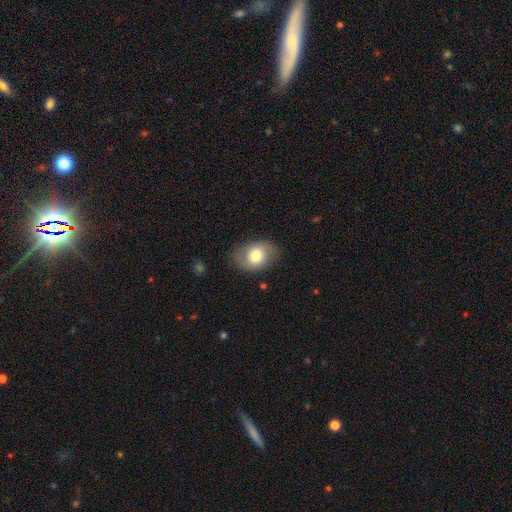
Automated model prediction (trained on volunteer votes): Smooth or featured?
  - smooth: 70% *
  - featured or disk: 23%
  - star or artifact: 7%
How rounded?
  - in between: 75% *
  - round: 24%
  - cigar-shaped: 1%
Merging?
  - none: 80% *
  - minor disturbance: 14%
  - major disturbance: 5%
  - merger: 1%